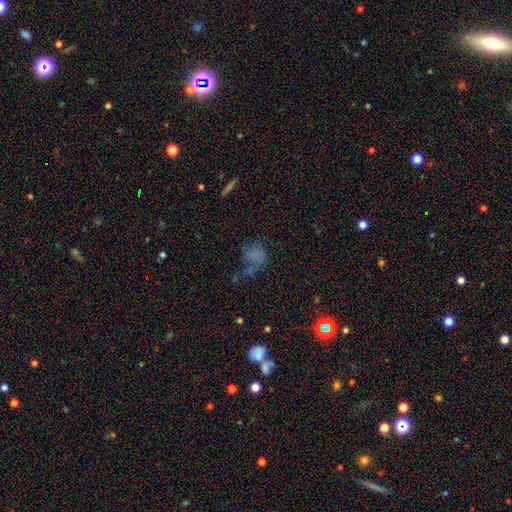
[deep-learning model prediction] Smooth or featured? smooth (55%)
How rounded? round (52%)
Merging? major disturbance (35%)